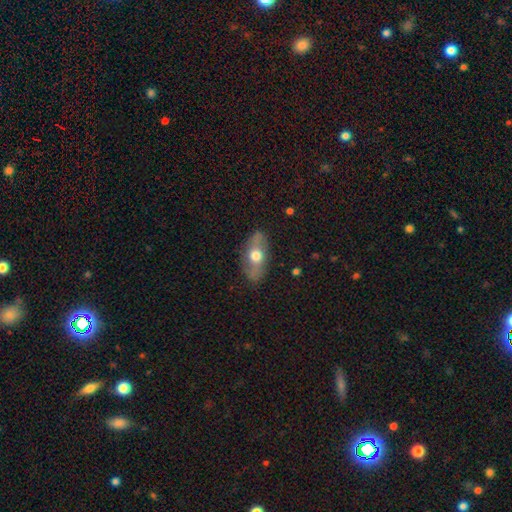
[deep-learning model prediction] A smooth galaxy with no disk features (47%, tied with featured or disk). Merging: none (83%).